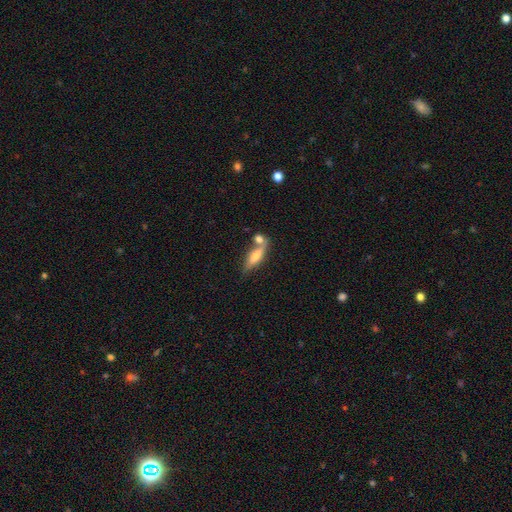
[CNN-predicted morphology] smooth 53%, featured or disk 39%, star or artifact 8%. Down the decision tree: how rounded — cigar-shaped (62%); merging — none (57%).